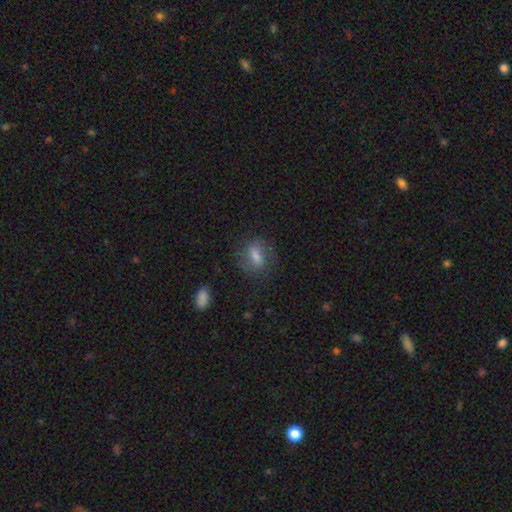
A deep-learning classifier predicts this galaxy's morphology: type=smooth (60%); roundness=in between (66%); merging=none (70%).